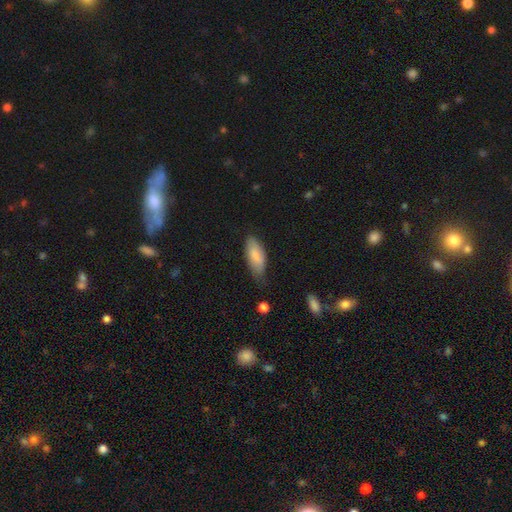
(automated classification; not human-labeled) Smooth or featured?
  - smooth: 80% *
  - featured or disk: 14%
  - star or artifact: 6%
How rounded?
  - in between: 81% *
  - cigar-shaped: 17%
  - round: 2%
Merging?
  - none: 54% *
  - minor disturbance: 35%
  - major disturbance: 8%
  - merger: 2%